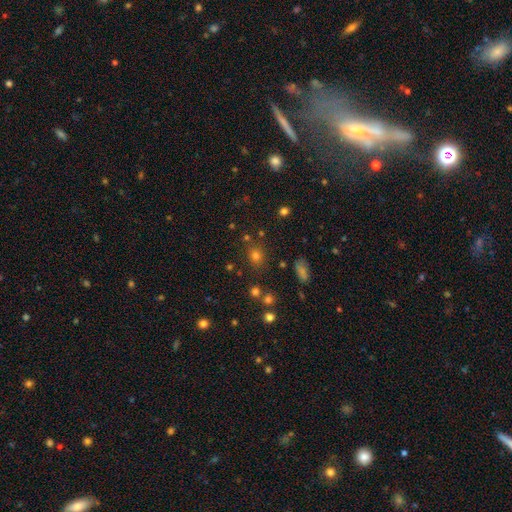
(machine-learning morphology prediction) Q: Smooth or featured?
A: smooth (67%); runner-up: star or artifact (25%)
Q: How rounded?
A: round (73%); runner-up: in between (26%)
Q: Merging?
A: none (80%); runner-up: minor disturbance (10%)